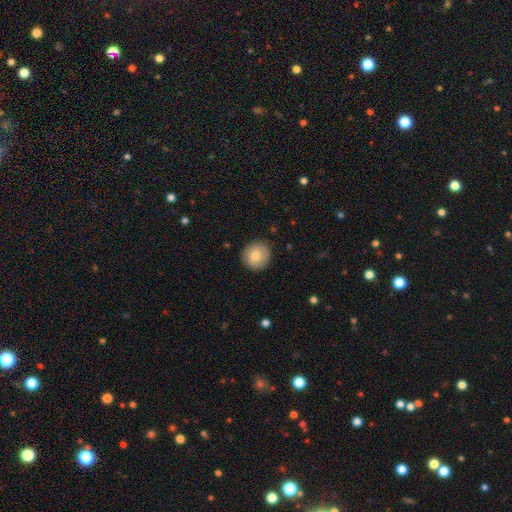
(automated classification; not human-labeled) Smooth or featured: smooth — 79% (featured or disk — 14%)
How rounded: round — 90% (in between — 9%)
Merging: none — 87% (minor disturbance — 10%)